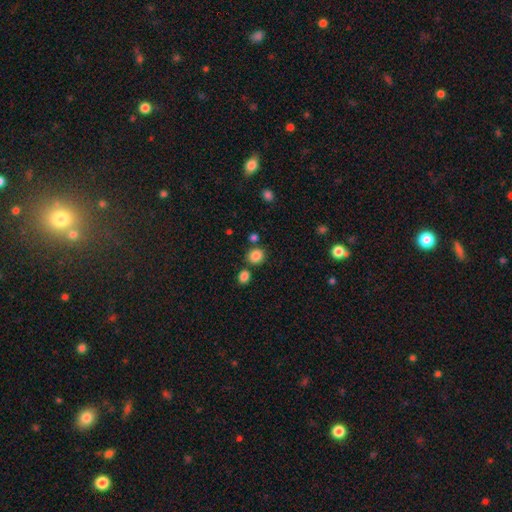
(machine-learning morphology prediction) type=smooth (85%); roundness=round (79%); merging=none (76%).